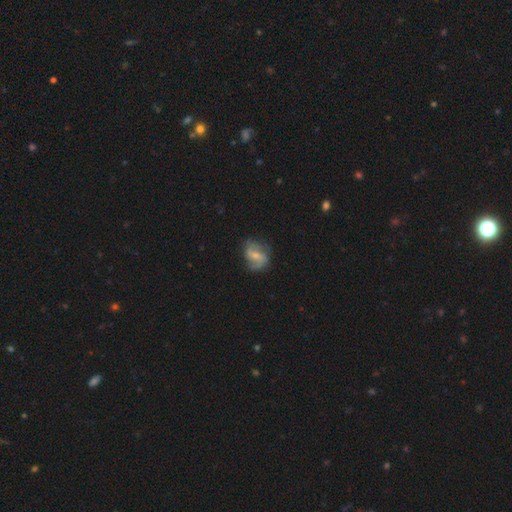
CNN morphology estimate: A featured or disk galaxy (69%) with a weak bar (51%), 2 (84%) loose (49%) spiral arms (88%) and a small central bulge (48%). Merging: none (67%).